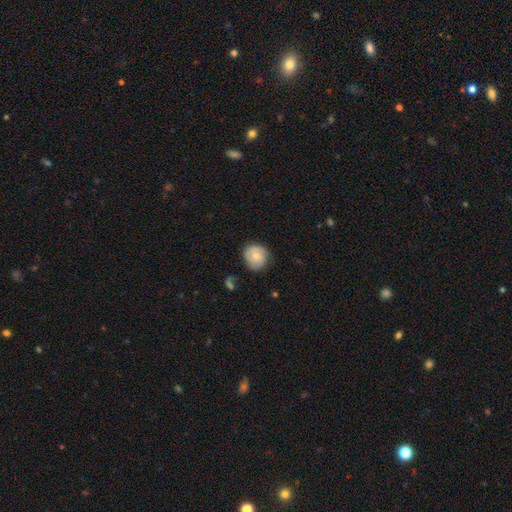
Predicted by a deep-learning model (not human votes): A smooth galaxy with no disk features (60%) that is round (85%).

Vote fractions:
- Smooth or featured? smooth: 60% / featured or disk: 33% / star or artifact: 7%
- How rounded? round: 85% / in between: 14% / cigar-shaped: 1%
- Merging? none: 70% / minor disturbance: 23% / major disturbance: 6% / merger: 2%